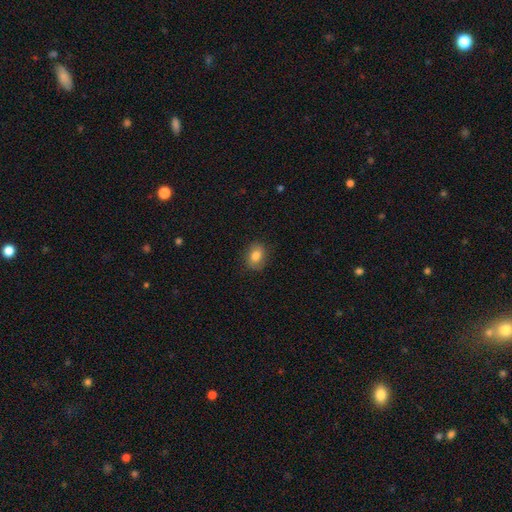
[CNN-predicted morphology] Smooth or featured?
  - smooth: 81% *
  - featured or disk: 10%
  - star or artifact: 9%
How rounded?
  - in between: 60% *
  - round: 39%
  - cigar-shaped: 1%
Merging?
  - none: 84% *
  - minor disturbance: 12%
  - major disturbance: 3%
  - merger: 1%